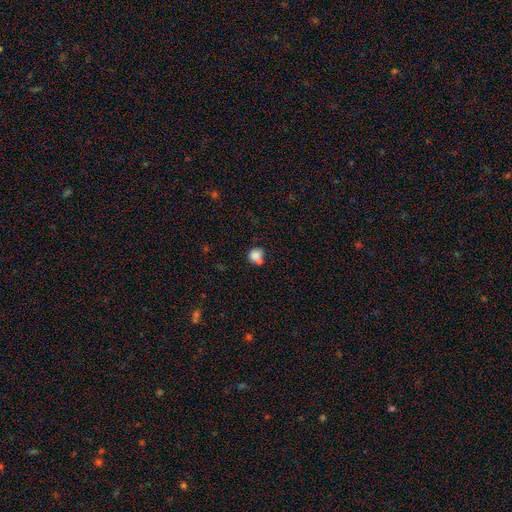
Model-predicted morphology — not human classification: smooth-or-featured: smooth: 81% | star or artifact: 11% | featured or disk: 8%
  how-rounded: round: 75% | in between: 24% | cigar-shaped: 1%
  merging: none: 47% | merger: 30% | minor disturbance: 17% | major disturbance: 6%